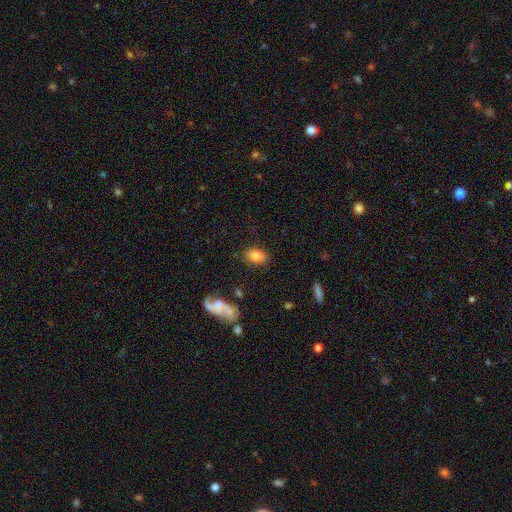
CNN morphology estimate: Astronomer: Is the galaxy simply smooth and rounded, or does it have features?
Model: smooth — 81%.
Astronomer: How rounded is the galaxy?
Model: in between — 86%.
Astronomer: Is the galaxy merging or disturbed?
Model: none — 81%.